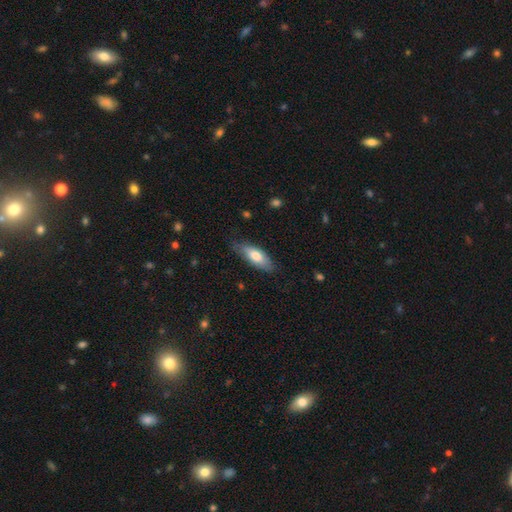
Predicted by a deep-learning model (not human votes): Q: Smooth or featured?
A: smooth (73%); runner-up: featured or disk (21%)
Q: How rounded?
A: in between (68%); runner-up: cigar-shaped (31%)
Q: Merging?
A: none (77%); runner-up: minor disturbance (18%)